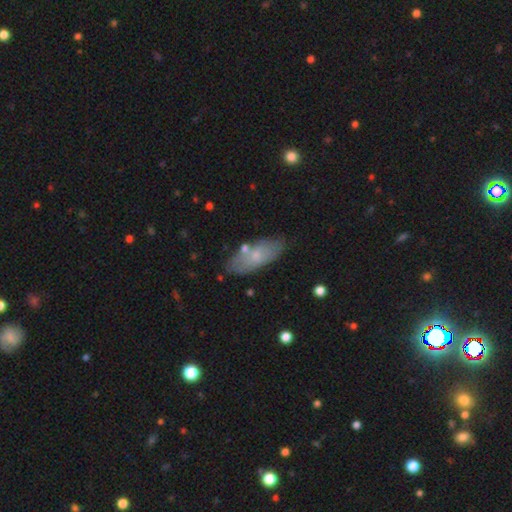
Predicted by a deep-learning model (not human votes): Smooth or featured: smooth — 64% (featured or disk — 29%)
How rounded: in between — 80% (cigar-shaped — 17%)
Merging: none — 74% (minor disturbance — 16%)